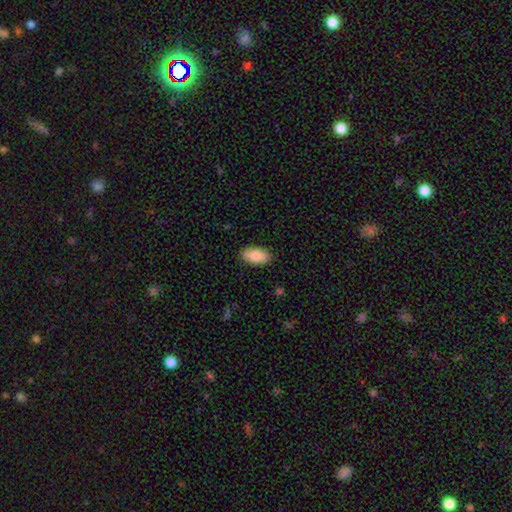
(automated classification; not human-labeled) The model was most divided on "merging": none: 87%, minor disturbance: 9%, major disturbance: 2%, merger: 1%. More confident: how rounded — in between (94%); smooth or featured — smooth (90%).